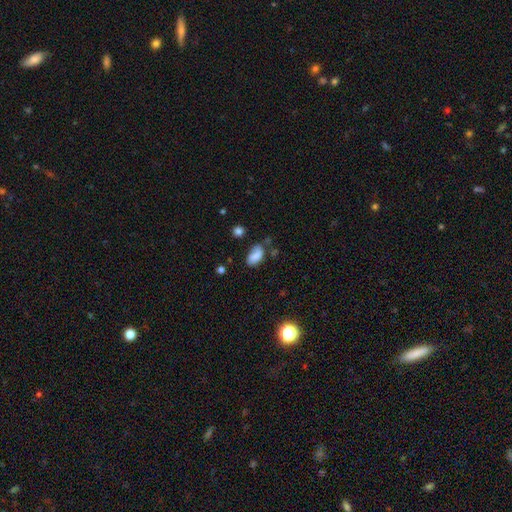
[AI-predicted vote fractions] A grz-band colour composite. It shows a smooth galaxy with no disk features (74%) that is in between round and cigar-shaped (90%). Merging: none (51%).